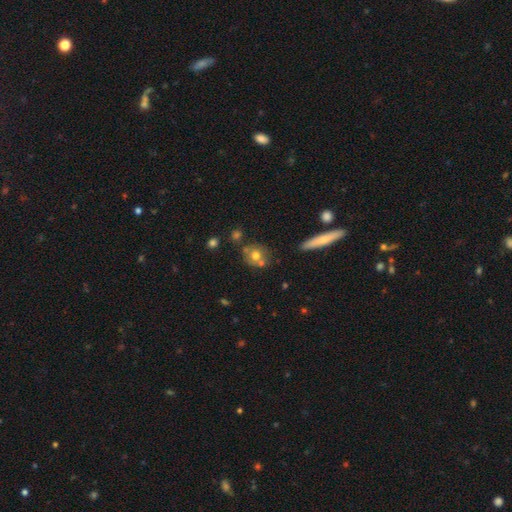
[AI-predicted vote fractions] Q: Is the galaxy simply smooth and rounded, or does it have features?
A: smooth — 67%.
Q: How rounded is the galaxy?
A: round — 76%.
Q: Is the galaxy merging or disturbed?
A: none — 60%.